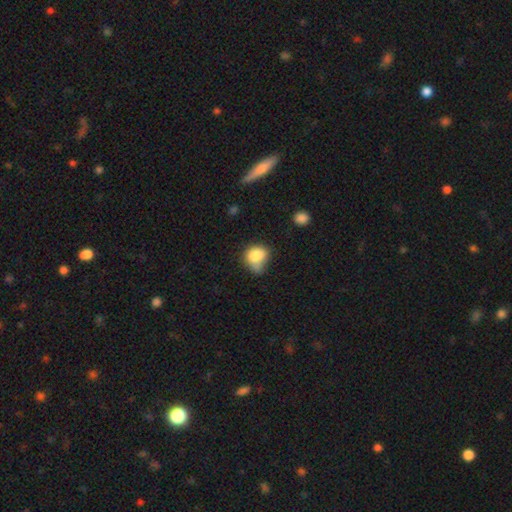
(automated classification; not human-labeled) A smooth galaxy with no disk features (81%) that is round (61%).

Vote fractions:
- Smooth or featured? smooth: 81% / featured or disk: 10% / star or artifact: 9%
- How rounded? round: 61% / in between: 38% / cigar-shaped: 1%
- Merging? none: 37% / minor disturbance: 34% / major disturbance: 14% / merger: 14%